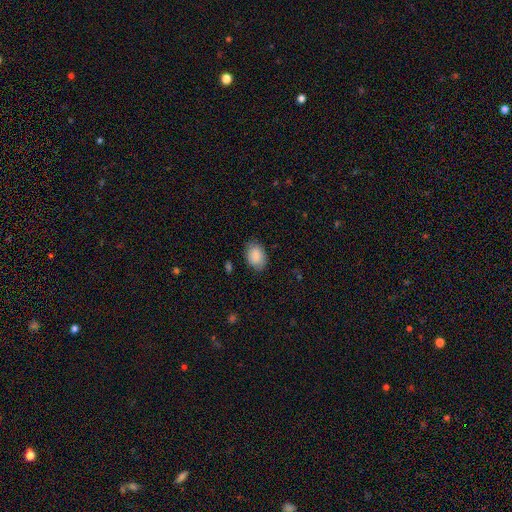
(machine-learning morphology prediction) smooth 88%, star or artifact 7%, featured or disk 6%. Down the decision tree: how rounded — in between (81%); merging — none (82%).